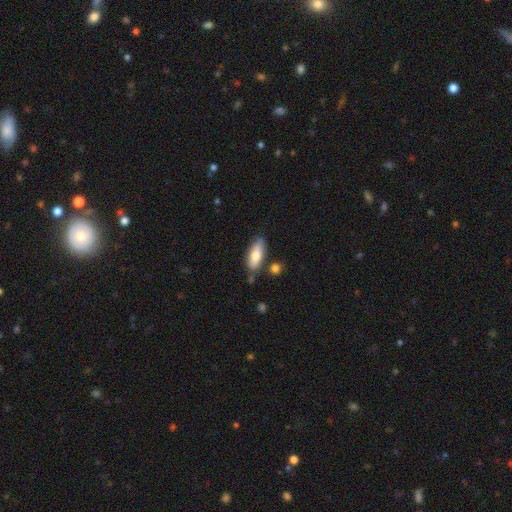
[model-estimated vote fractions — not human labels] This appears to be a smooth galaxy with no disk features (71%) that is in between round and cigar-shaped (74%). Merging: none (73%).